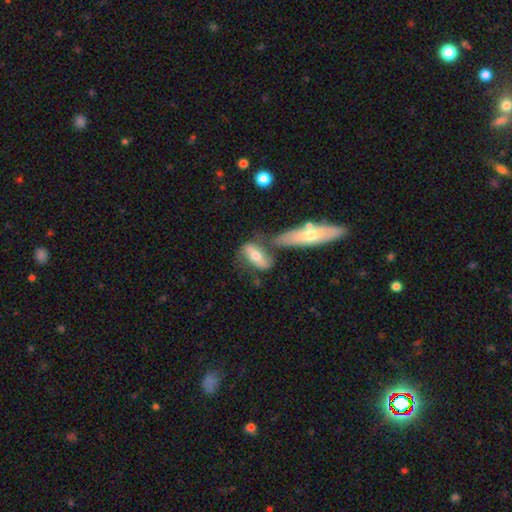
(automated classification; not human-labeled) Smooth or featured? smooth (50%)
How rounded? in between (63%)
Merging? none (47%)